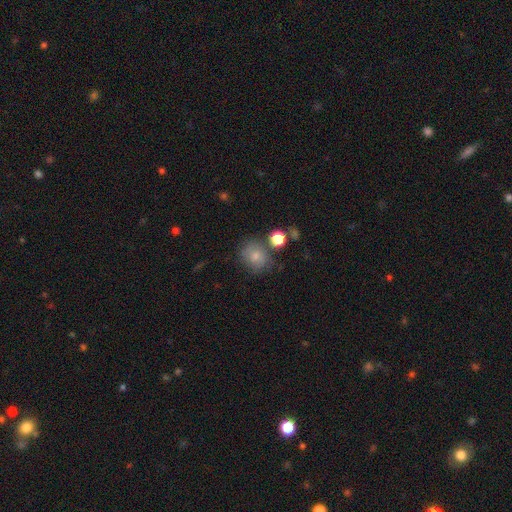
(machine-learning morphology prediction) This is likely a smooth galaxy (77%). How rounded: likely round (75%). Merging: likely none (67%).